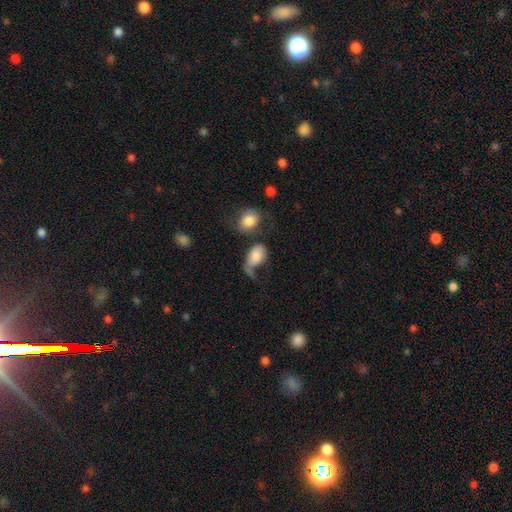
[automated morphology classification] This appears to be a smooth galaxy with no disk features (76%) that is in between round and cigar-shaped (83%). Merging: major disturbance (32%).